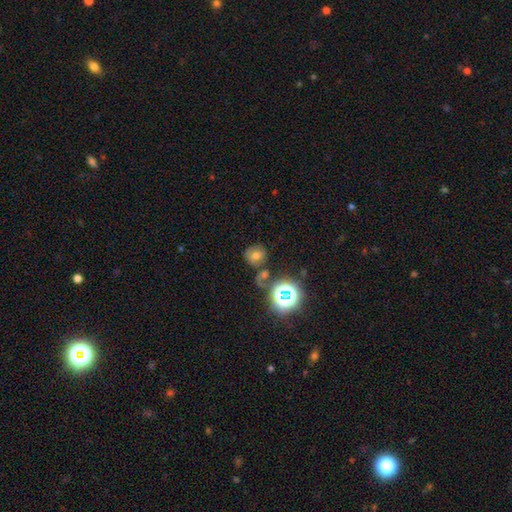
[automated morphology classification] Q: Smooth or featured?
A: smooth (58%); runner-up: star or artifact (24%)
Q: How rounded?
A: round (78%); runner-up: in between (21%)
Q: Merging?
A: none (62%); runner-up: merger (16%)